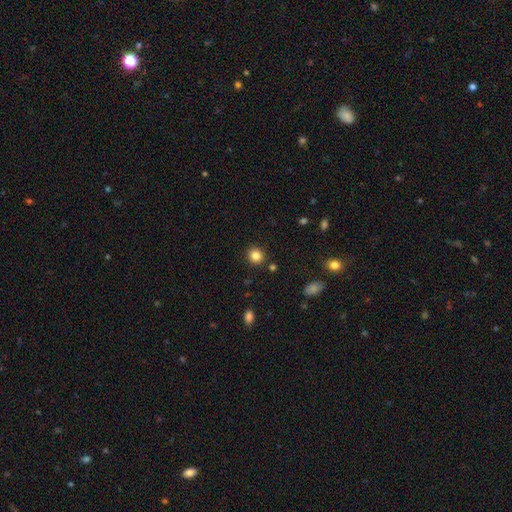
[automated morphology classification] Smooth or featured? Predicted: smooth (p=0.84). How rounded? Predicted: round (p=0.88). Merging? Predicted: none (p=0.89).